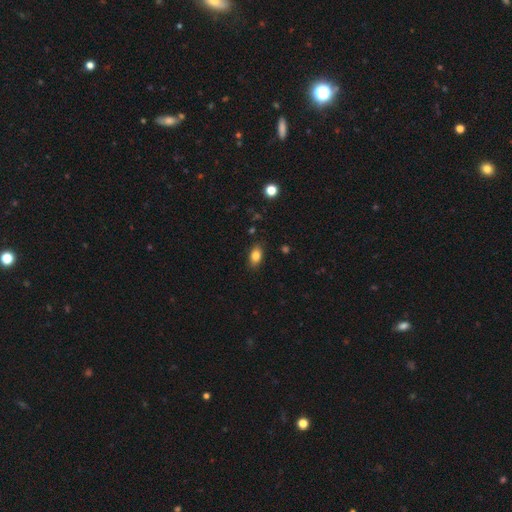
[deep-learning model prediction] A smooth galaxy with no disk features (82%) that is in between round and cigar-shaped (88%). Merging: none (86%).